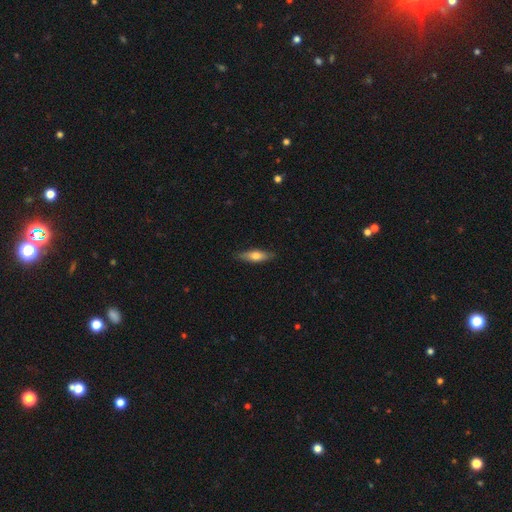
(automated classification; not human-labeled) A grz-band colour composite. It shows a smooth galaxy with no disk features (60%) that is cigar-shaped (55%). Merging: none (85%).